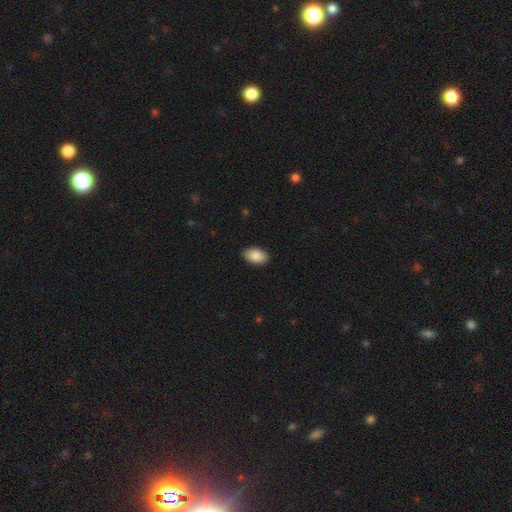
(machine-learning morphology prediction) Overall: smooth (88%). How rounded: in between (93%). Merging: none (89%).